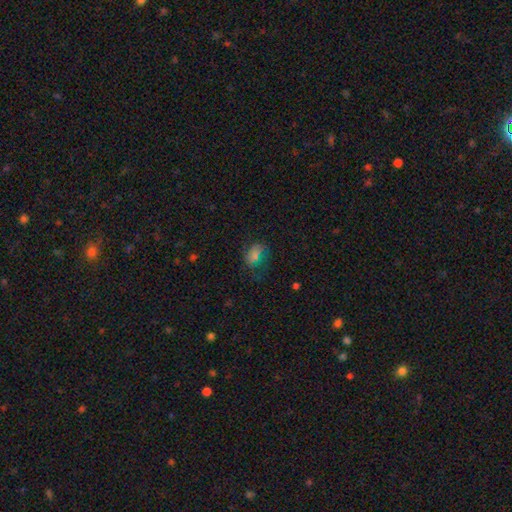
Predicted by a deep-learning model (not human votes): Overall: smooth (68%). How rounded: in between (76%). Merging: none (54%; minor disturbance 25%).